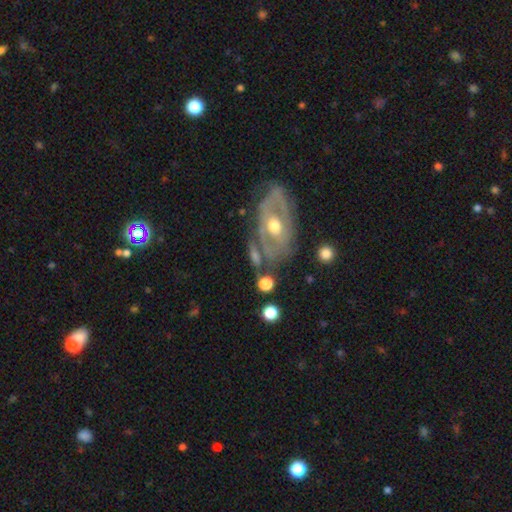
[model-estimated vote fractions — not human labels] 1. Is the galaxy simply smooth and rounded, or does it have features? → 64% featured or disk, 27% smooth, 9% star or artifact.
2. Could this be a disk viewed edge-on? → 85% no, 15% yes.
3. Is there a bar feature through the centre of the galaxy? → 63% no, 25% weak, 12% strong.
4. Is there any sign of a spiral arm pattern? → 54% no, 46% yes.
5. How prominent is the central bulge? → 71% moderate, 18% small, 8% large, 2% none, 2% dominant.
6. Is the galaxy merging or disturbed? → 59% none, 20% minor disturbance, 11% major disturbance, 10% merger.